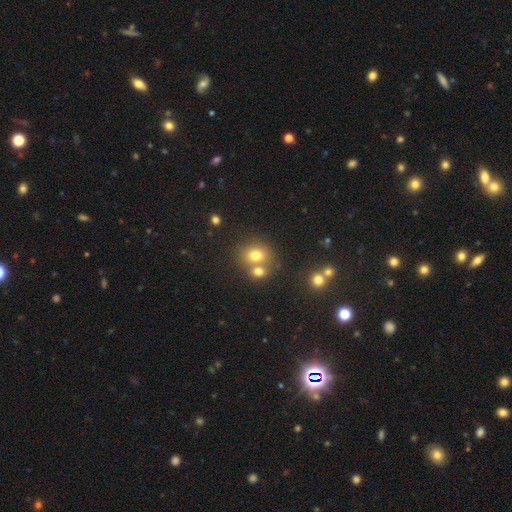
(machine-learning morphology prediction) The model was most divided on "merging": none: 48%, merger: 41%, minor disturbance: 8%, major disturbance: 3%. More confident: smooth or featured — smooth (74%); how rounded — round (71%).